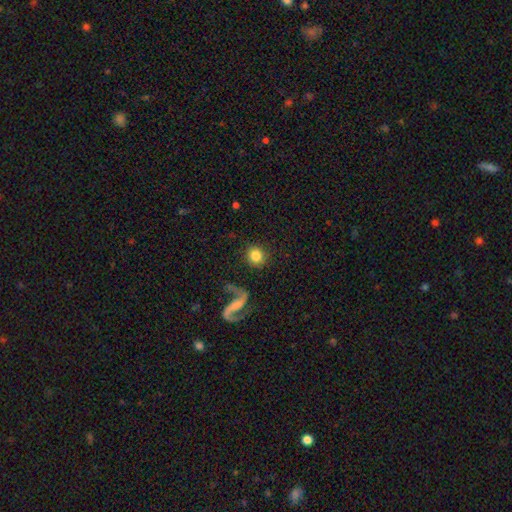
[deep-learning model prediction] Overall: smooth (74%). How rounded: round (89%). Merging: none (83%).